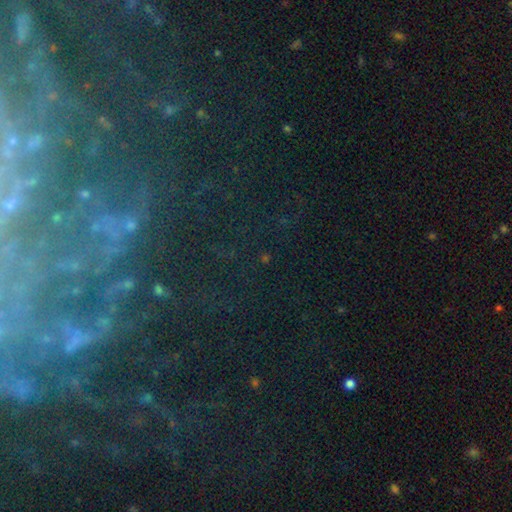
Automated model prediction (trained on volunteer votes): A featured or disk galaxy (43%). Merging: none (68%).